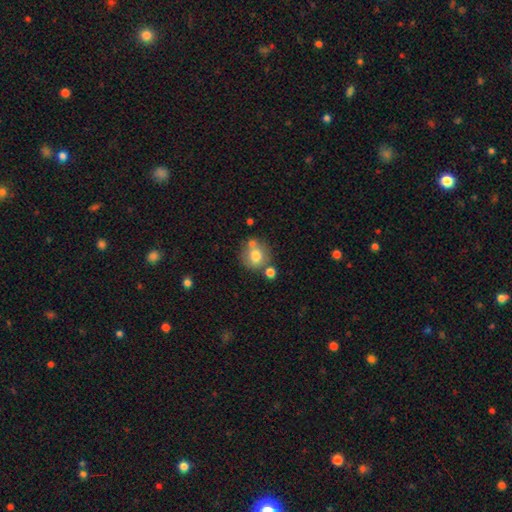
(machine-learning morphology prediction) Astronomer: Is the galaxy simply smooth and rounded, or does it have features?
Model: smooth — 74%.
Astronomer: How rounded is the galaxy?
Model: round — 84%.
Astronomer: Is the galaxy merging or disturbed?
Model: none — 60%.